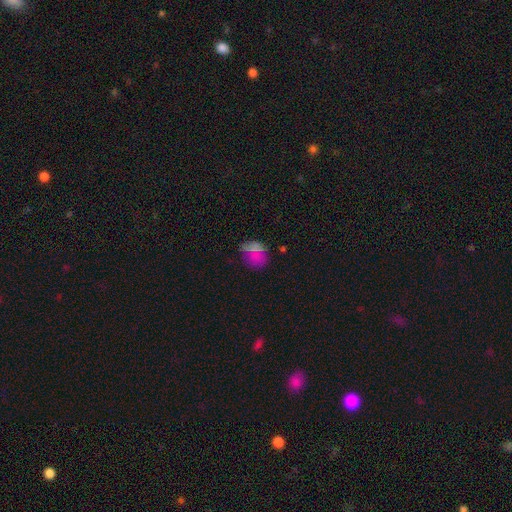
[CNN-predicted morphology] smooth-or-featured: smooth: 63% | star or artifact: 25% | featured or disk: 12%
  how-rounded: round: 72% | in between: 26% | cigar-shaped: 2%
  merging: none: 65% | minor disturbance: 20% | major disturbance: 9% | merger: 5%